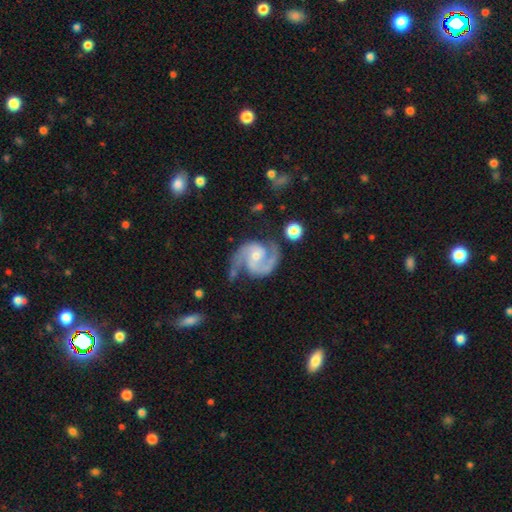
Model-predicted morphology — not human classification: A featured or disk galaxy (93%) with no bar (56%), 2 (93%) medium (62%) spiral arms (98%) and a small central bulge (52%). Merging: none (70%).